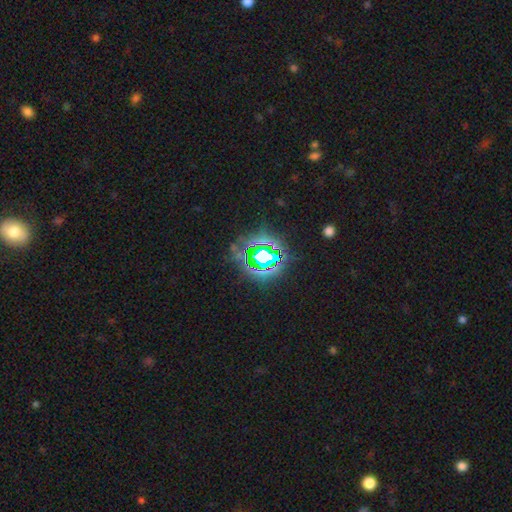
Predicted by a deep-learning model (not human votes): smooth-or-featured: star or artifact: 76% | smooth: 13% | featured or disk: 11%